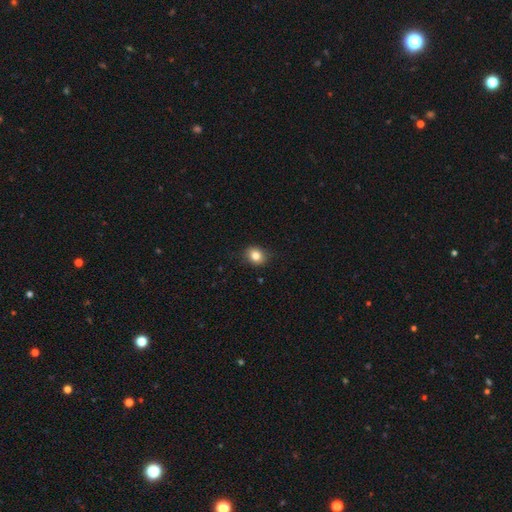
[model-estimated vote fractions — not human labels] This is clearly a smooth galaxy (83%). How rounded: possibly round (57%). Merging: clearly none (83%).